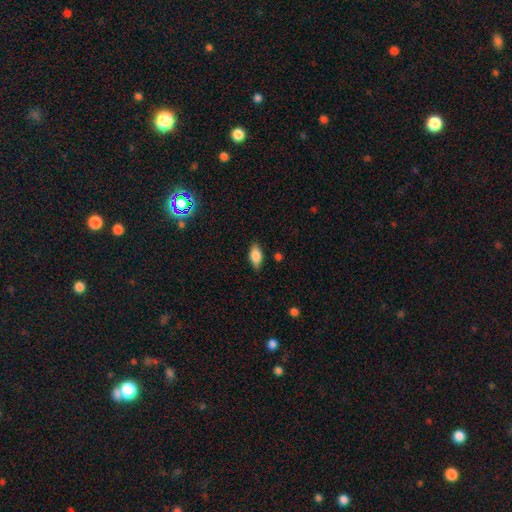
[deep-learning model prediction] A smooth galaxy with no disk features (80%) that is in between round and cigar-shaped (88%). Merging: none (83%).